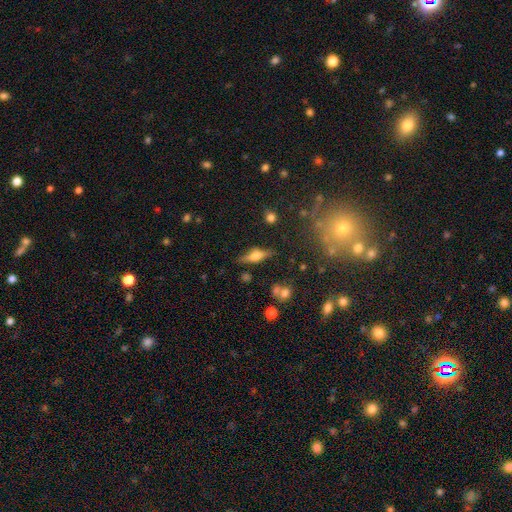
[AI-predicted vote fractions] This is possibly a featured or disk galaxy (57%). It is clearly viewed edge-on (93%). Edge-on bulge: clearly rounded (88%). Merging: clearly none (80%).